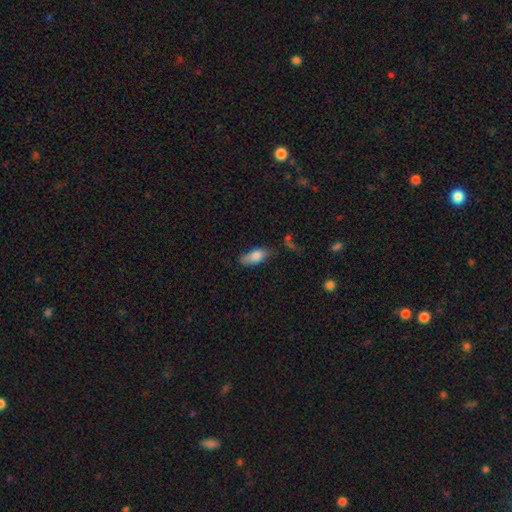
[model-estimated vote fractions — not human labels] Q: Smooth or featured?
A: smooth (81%); runner-up: featured or disk (12%)
Q: How rounded?
A: in between (82%); runner-up: cigar-shaped (15%)
Q: Merging?
A: none (62%); runner-up: minor disturbance (26%)